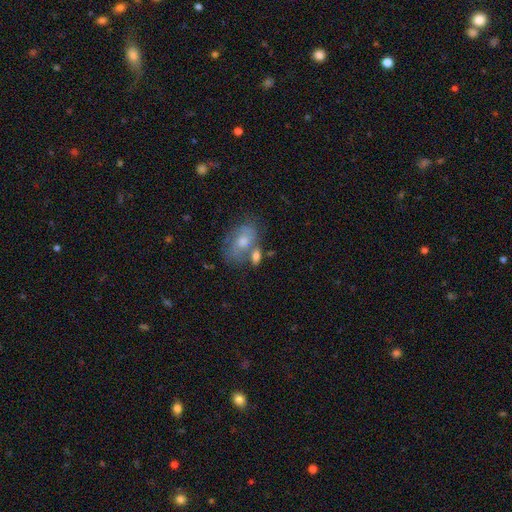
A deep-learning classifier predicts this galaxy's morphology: This is possibly a smooth galaxy (59%). How rounded: clearly in between (81%). Merging: marginally none (42%).